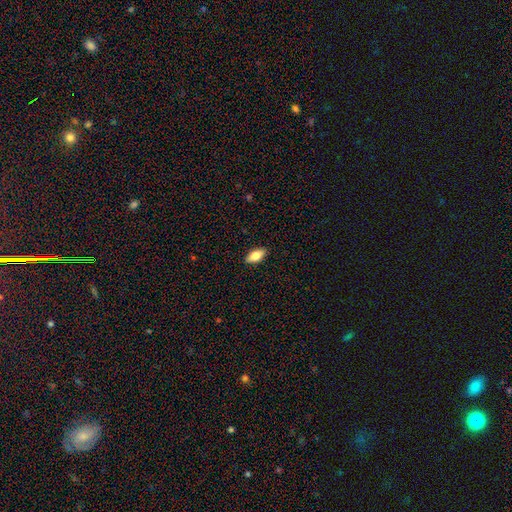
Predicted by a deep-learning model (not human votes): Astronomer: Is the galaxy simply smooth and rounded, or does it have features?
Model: smooth — 76%.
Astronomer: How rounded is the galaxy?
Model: in between — 86%.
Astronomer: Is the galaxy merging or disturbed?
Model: none — 89%.